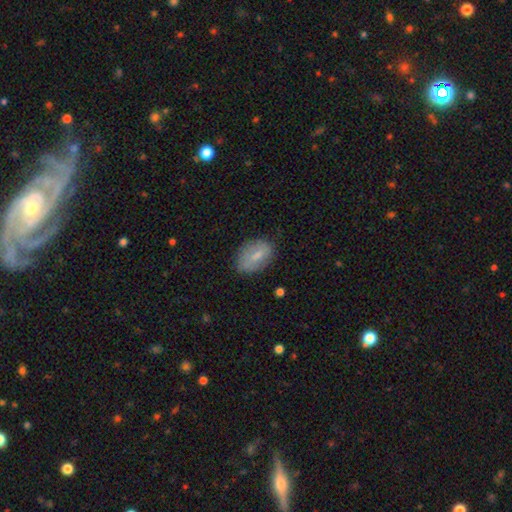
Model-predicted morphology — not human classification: Smooth or featured?
  - smooth: 66% *
  - featured or disk: 27%
  - star or artifact: 7%
How rounded?
  - in between: 87% *
  - round: 11%
  - cigar-shaped: 2%
Merging?
  - none: 73% *
  - minor disturbance: 20%
  - major disturbance: 5%
  - merger: 1%